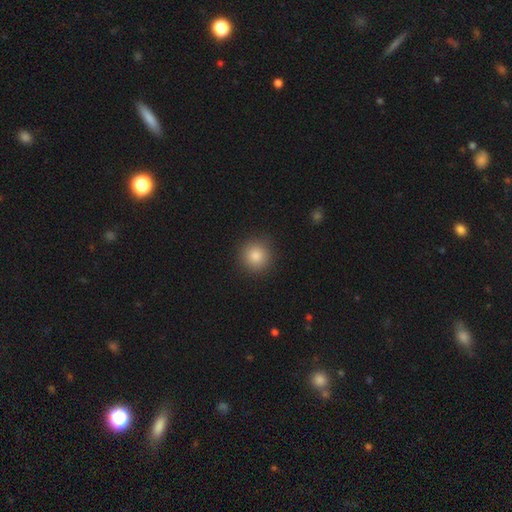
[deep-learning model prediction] Smooth or featured: smooth — 85% (star or artifact — 10%)
How rounded: round — 94% (in between — 5%)
Merging: none — 91% (minor disturbance — 6%)